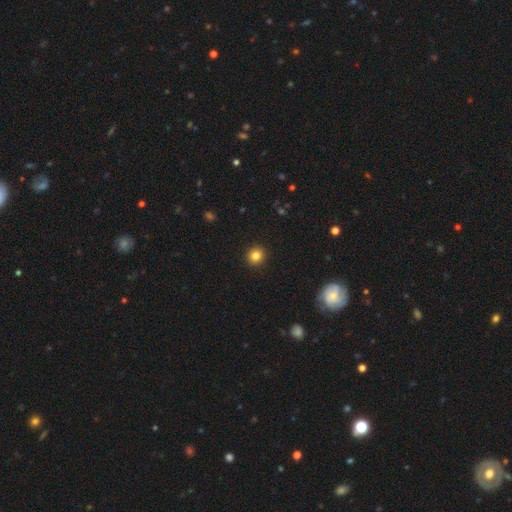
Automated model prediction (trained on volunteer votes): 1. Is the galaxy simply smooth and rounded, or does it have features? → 83% smooth, 11% star or artifact, 5% featured or disk.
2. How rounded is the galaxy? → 92% round, 7% in between, 1% cigar-shaped.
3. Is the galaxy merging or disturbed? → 93% none, 4% minor disturbance, 2% major disturbance, 1% merger.